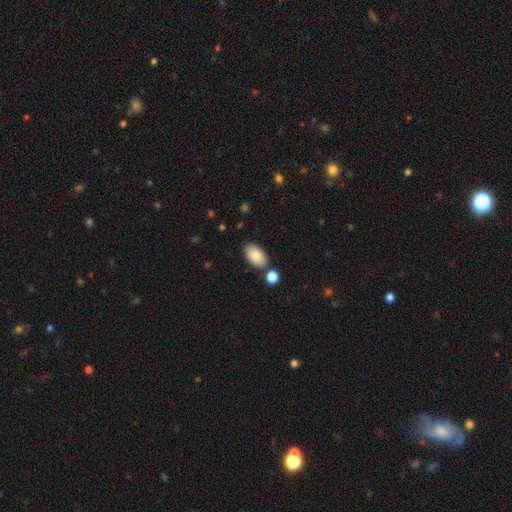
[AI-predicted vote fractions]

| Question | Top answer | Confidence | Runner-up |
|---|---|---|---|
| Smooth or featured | smooth | 83% | featured or disk (10%) |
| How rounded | in between | 94% | round (4%) |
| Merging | none | 78% | minor disturbance (11%) |